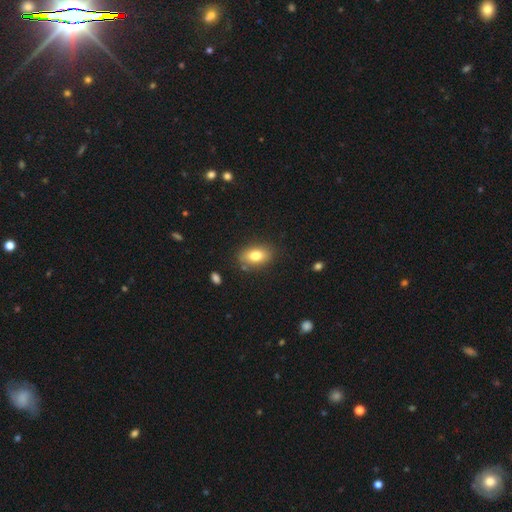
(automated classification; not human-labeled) Morphology: type=smooth (79%); roundness=in between (86%); merging=none (81%).